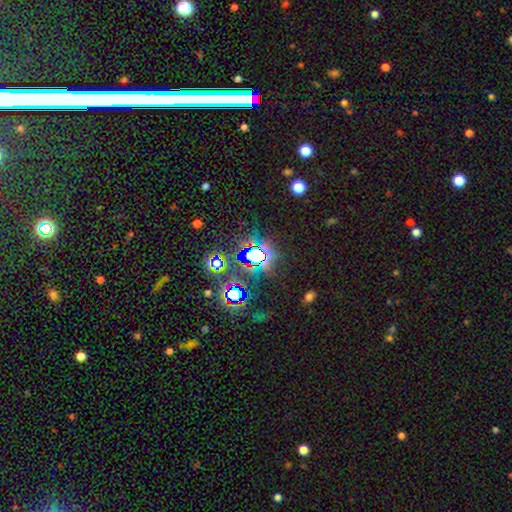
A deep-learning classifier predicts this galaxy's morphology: Q: Smooth or featured?
A: star or artifact (78%); runner-up: smooth (13%)